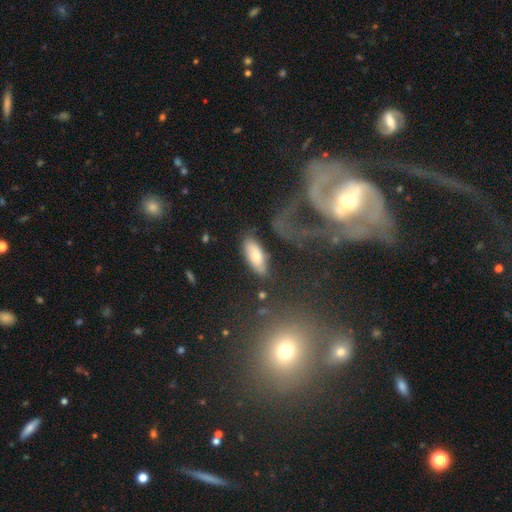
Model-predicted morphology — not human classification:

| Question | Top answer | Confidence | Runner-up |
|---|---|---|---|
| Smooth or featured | smooth | 75% | featured or disk (18%) |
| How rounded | in between | 74% | cigar-shaped (23%) |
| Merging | none | 70% | minor disturbance (18%) |